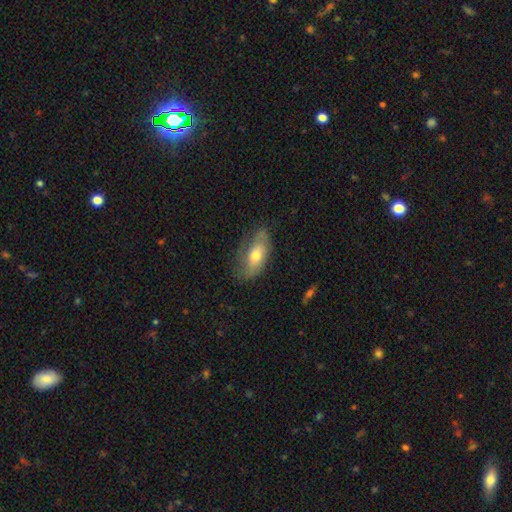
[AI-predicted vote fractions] A smooth galaxy with no disk features (54%) that is in between round and cigar-shaped (84%).

Vote fractions:
- Smooth or featured? smooth: 54% / featured or disk: 38% / star or artifact: 7%
- How rounded? in between: 84% / cigar-shaped: 11% / round: 5%
- Merging? none: 64% / minor disturbance: 25% / major disturbance: 8% / merger: 2%